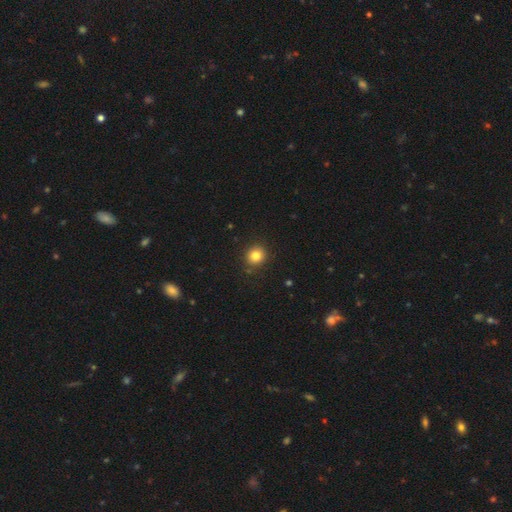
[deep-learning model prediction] Morphology: type=smooth (82%); roundness=round (86%); merging=none (89%).